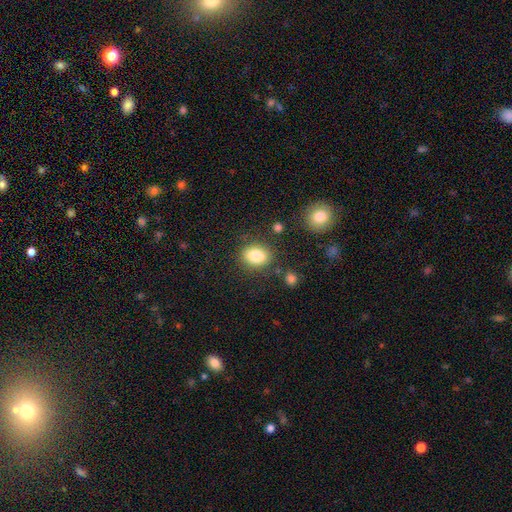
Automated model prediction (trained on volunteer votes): The model was most divided on "how rounded": in between: 62%, round: 37%, cigar-shaped: 1%. More confident: smooth or featured — smooth (83%); merging — none (81%).